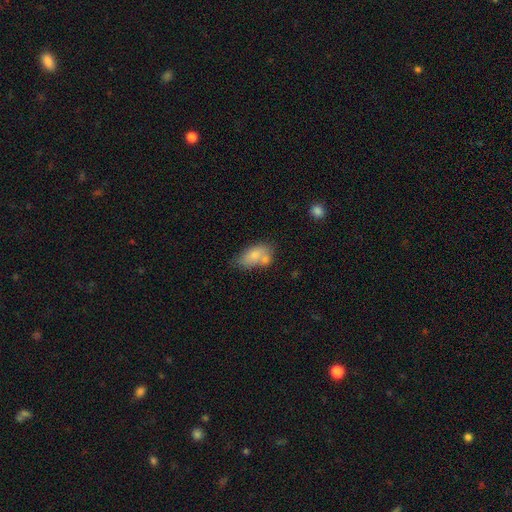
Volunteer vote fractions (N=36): Smooth or featured: smooth — 75% (featured or disk — 17%)
How rounded: in between — 93% (cigar-shaped — 7%)
Merging: none — 55% (merger — 36%)